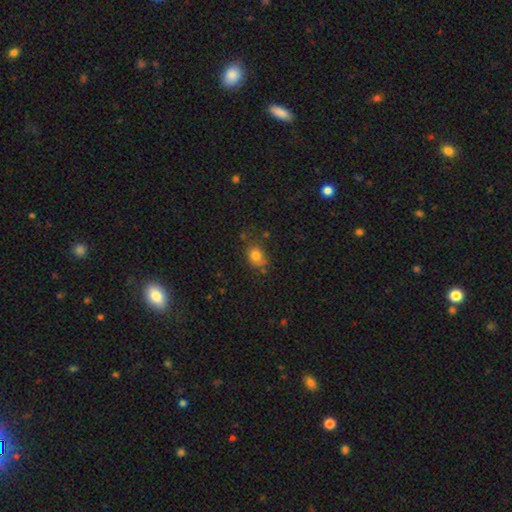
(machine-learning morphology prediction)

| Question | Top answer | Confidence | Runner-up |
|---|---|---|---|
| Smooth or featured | smooth | 79% | star or artifact (12%) |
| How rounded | in between | 51% | round (47%) |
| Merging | none | 63% | minor disturbance (24%) |